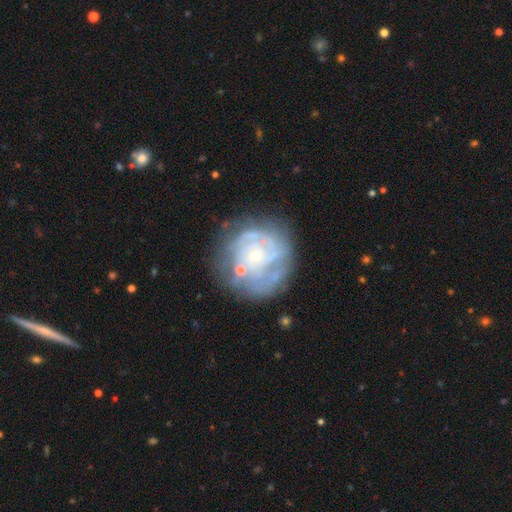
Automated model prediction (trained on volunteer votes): Q: Smooth or featured?
A: featured or disk (75%); runner-up: smooth (17%)
Q: Edge-on disk?
A: no (98%); runner-up: yes (2%)
Q: Bar?
A: no (81%); runner-up: weak (15%)
Q: Spiral arms?
A: yes (79%); runner-up: no (21%)
Q: Spiral winding?
A: tight (71%); runner-up: medium (21%)
Q: Spiral arm count?
A: can't tell (47%); runner-up: 3 (15%)
Q: Bulge size?
A: small (79%); runner-up: moderate (13%)
Q: Merging?
A: none (66%); runner-up: minor disturbance (18%)